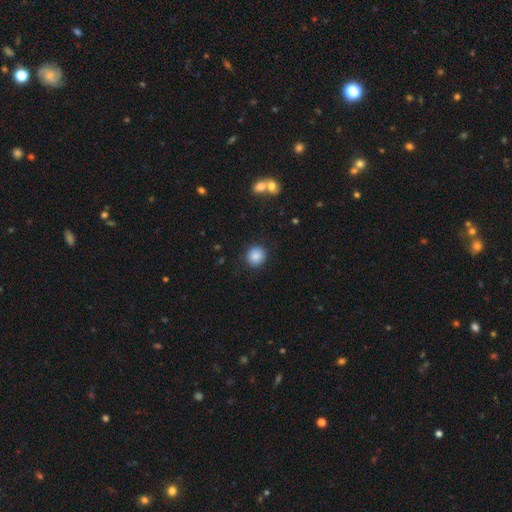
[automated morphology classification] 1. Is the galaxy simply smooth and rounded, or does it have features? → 87% smooth, 9% star or artifact, 4% featured or disk.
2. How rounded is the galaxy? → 89% round, 10% in between, 1% cigar-shaped.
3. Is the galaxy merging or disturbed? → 89% none, 7% minor disturbance, 3% major disturbance, 2% merger.